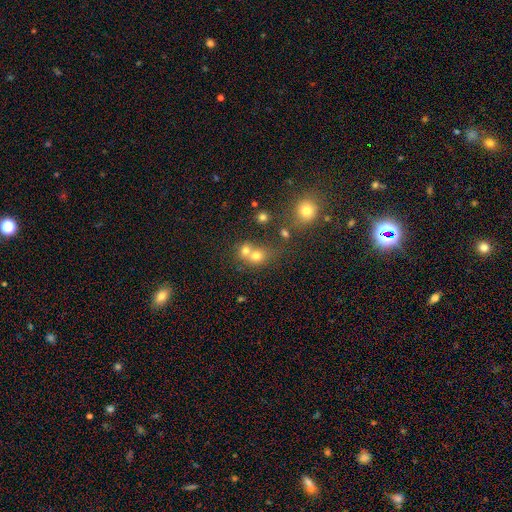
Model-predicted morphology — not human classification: type=smooth (68%); roundness=round (75%); merging=merger (54%).